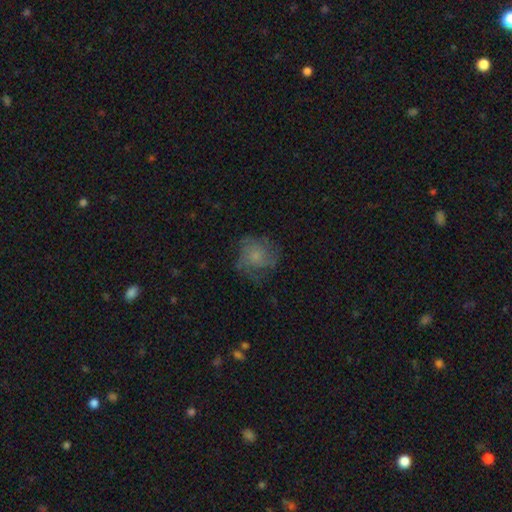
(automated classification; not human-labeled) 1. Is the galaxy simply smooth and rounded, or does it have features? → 47% featured or disk, 42% smooth, 11% star or artifact.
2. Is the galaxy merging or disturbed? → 63% none, 21% minor disturbance, 15% major disturbance, 1% merger.